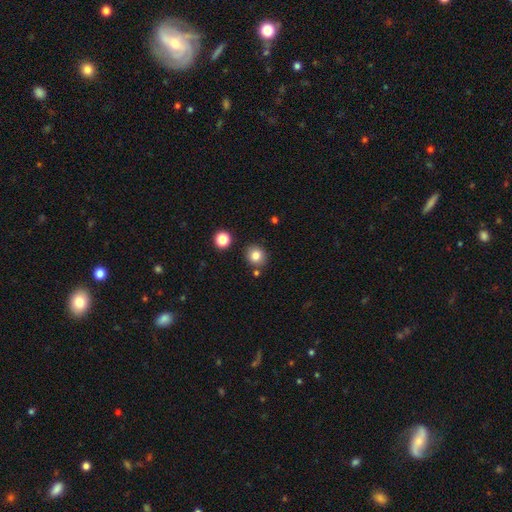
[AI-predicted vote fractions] smooth_or_featured: smooth (p=0.81) [alt: star or artifact p=0.12]
how_rounded: round (p=0.85) [alt: in between p=0.14]
merging: none (p=0.84) [alt: minor disturbance p=0.08]